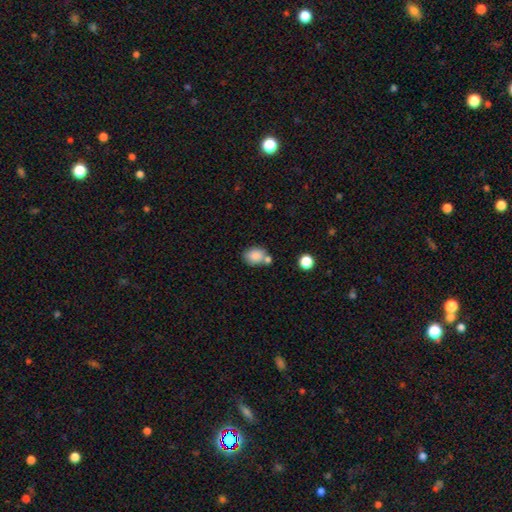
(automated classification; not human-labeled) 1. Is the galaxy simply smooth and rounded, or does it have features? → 84% smooth, 9% star or artifact, 7% featured or disk.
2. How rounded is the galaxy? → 56% in between, 43% round, 1% cigar-shaped.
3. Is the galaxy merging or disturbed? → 57% none, 25% merger, 14% minor disturbance, 4% major disturbance.